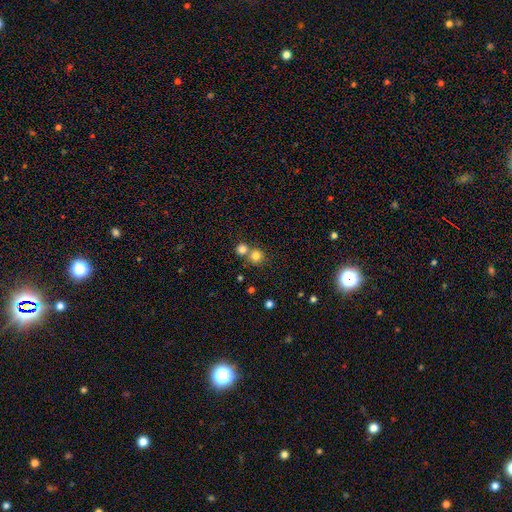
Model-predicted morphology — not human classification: This is likely a smooth galaxy (79%). How rounded: clearly round (91%). Merging: possibly none (57%).